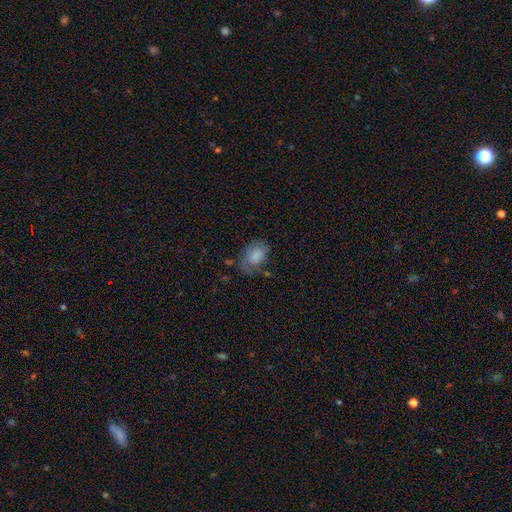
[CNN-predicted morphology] smooth 73%, featured or disk 18%, star or artifact 8%. Down the decision tree: how rounded — in between (83%); merging — none (45%).